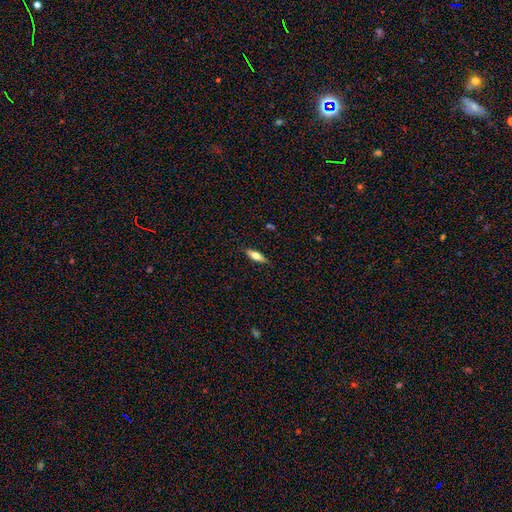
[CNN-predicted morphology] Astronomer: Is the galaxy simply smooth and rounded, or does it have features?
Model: smooth — 58% (runner-up: featured or disk, 35%).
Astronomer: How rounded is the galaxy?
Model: in between — 51% (runner-up: cigar-shaped, 46%).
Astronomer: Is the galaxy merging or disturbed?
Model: none — 87%.